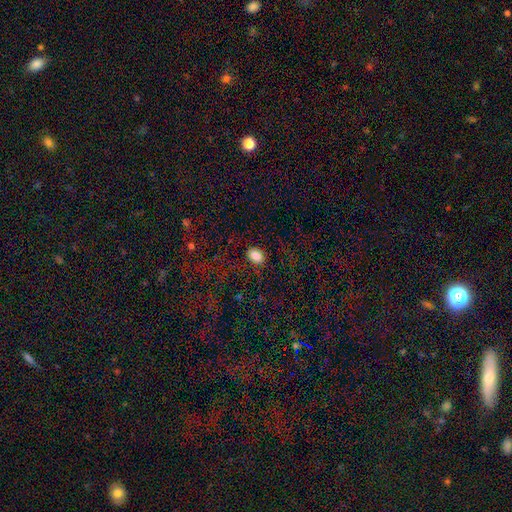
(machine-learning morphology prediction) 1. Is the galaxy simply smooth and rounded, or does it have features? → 84% smooth, 11% star or artifact, 5% featured or disk.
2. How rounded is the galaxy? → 75% in between, 23% round, 1% cigar-shaped.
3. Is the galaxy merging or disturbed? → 80% none, 13% minor disturbance, 6% major disturbance, 1% merger.